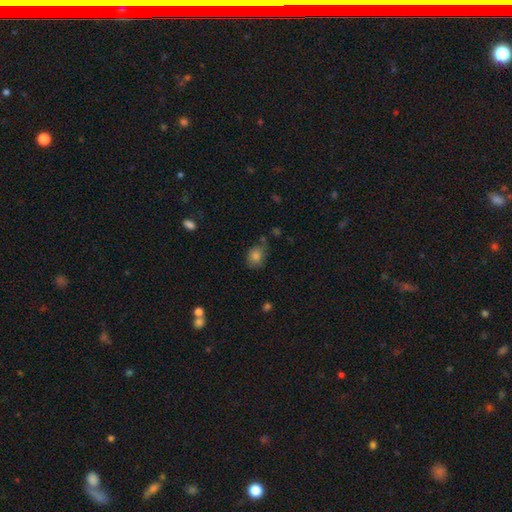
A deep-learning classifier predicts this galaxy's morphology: A smooth galaxy with no disk features (82%) that is in between round and cigar-shaped (54%).

Vote fractions:
- Smooth or featured? smooth: 82% / star or artifact: 10% / featured or disk: 8%
- How rounded? in between: 54% / round: 44% / cigar-shaped: 1%
- Merging? none: 66% / minor disturbance: 23% / major disturbance: 6% / merger: 5%